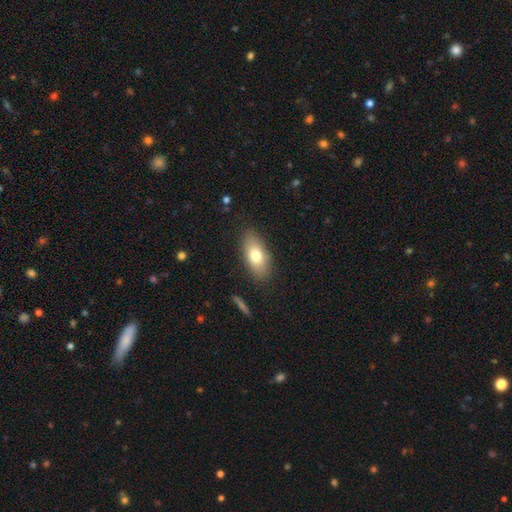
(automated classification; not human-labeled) Overall: smooth (75%). How rounded: in between (86%). Merging: none (84%).